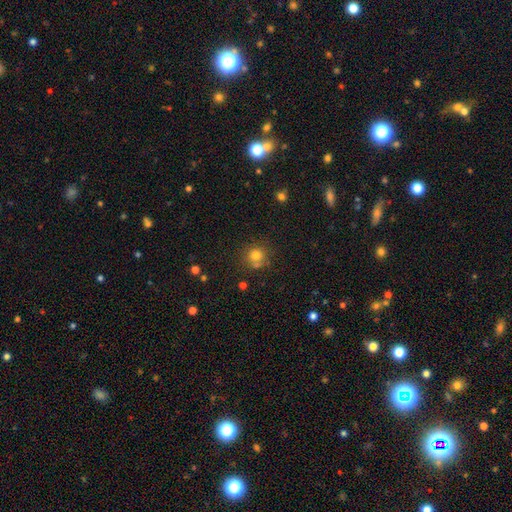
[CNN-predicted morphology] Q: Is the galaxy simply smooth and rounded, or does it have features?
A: smooth — 78%.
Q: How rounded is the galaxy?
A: round — 89%.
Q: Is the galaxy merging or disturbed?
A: none — 69%.